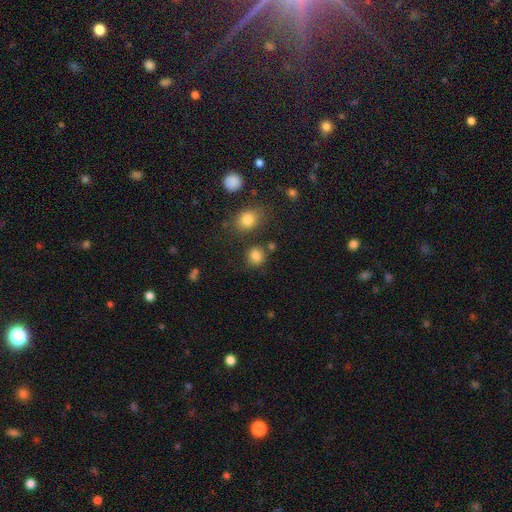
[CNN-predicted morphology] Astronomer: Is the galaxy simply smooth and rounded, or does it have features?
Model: smooth — 83%.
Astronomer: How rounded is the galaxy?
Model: round — 79%.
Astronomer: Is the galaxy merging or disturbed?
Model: none — 78%.